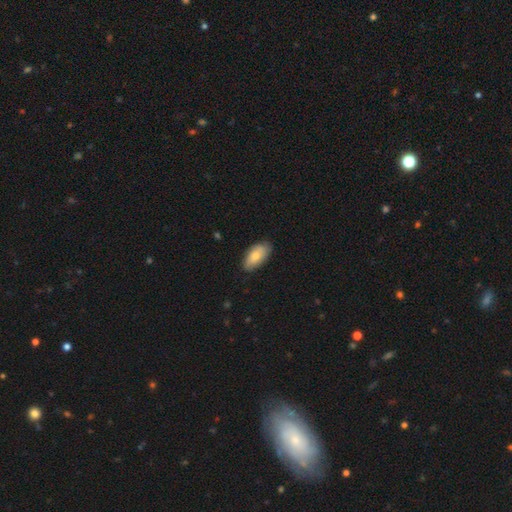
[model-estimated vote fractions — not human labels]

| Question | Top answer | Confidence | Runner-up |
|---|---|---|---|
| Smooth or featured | smooth | 73% | featured or disk (22%) |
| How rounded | in between | 92% | cigar-shaped (5%) |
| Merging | none | 80% | minor disturbance (16%) |